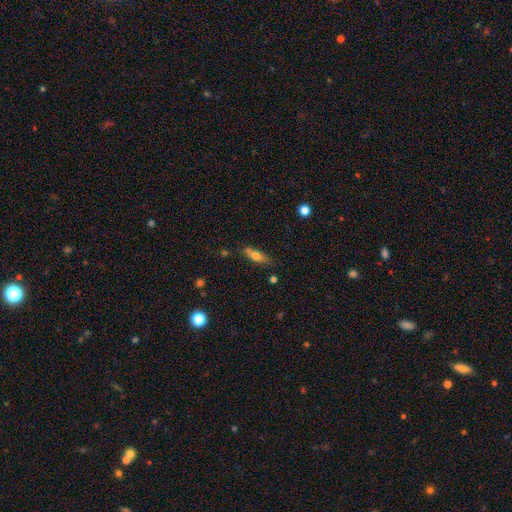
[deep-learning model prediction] Smooth or featured?
  - smooth: 63% *
  - featured or disk: 29%
  - star or artifact: 8%
How rounded?
  - in between: 55% *
  - cigar-shaped: 42%
  - round: 4%
Merging?
  - none: 67% *
  - minor disturbance: 20%
  - merger: 8%
  - major disturbance: 5%